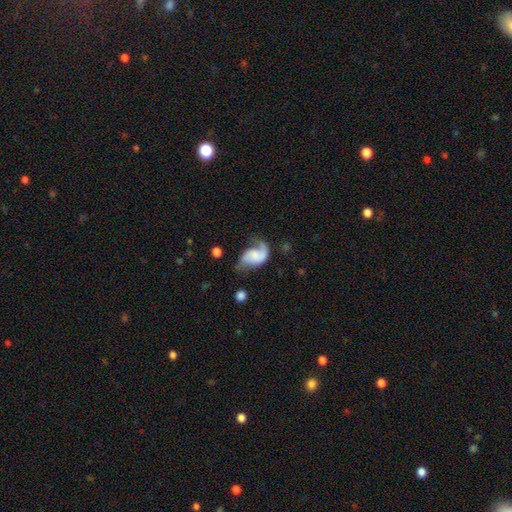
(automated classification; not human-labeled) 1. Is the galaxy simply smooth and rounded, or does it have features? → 59% featured or disk, 33% smooth, 7% star or artifact.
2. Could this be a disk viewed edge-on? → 97% no, 3% yes.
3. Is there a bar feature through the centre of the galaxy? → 65% no, 28% weak, 8% strong.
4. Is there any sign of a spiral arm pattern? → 88% yes, 12% no.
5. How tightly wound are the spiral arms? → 58% loose, 30% medium, 12% tight.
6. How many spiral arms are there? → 52% 2, 41% 1, 5% can't tell, 1% 3, 1% 4, 1% more than 4.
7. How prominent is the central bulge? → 41% none, 27% small, 17% moderate, 10% large, 4% dominant.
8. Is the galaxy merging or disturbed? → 34% major disturbance (tied), 34% none (tied), 28% minor disturbance, 4% merger.